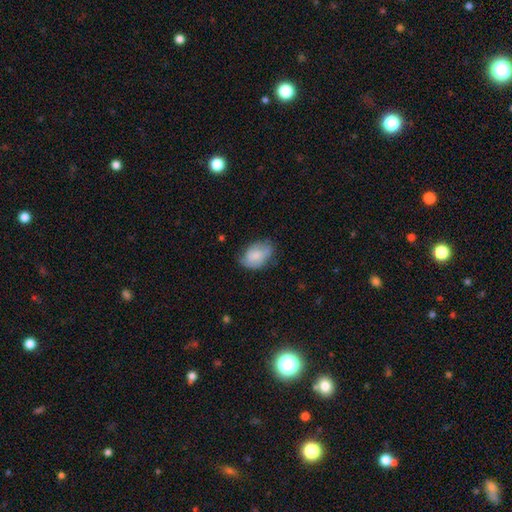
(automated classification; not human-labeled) A smooth galaxy with no disk features (68%) that is in between round and cigar-shaped (86%). Merging: none (60%).